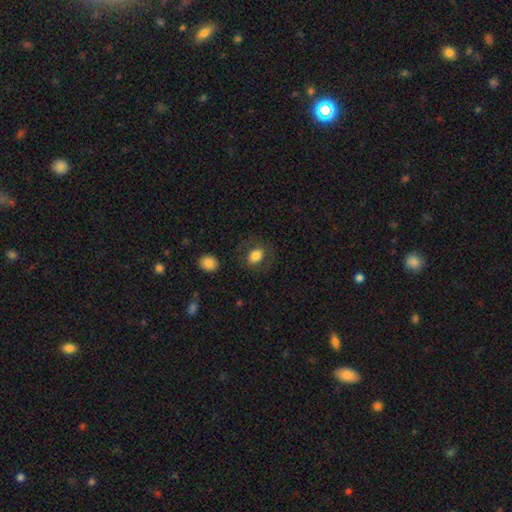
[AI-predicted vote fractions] Morphology: type=smooth (75%); roundness=in between (70%); merging=none (77%).